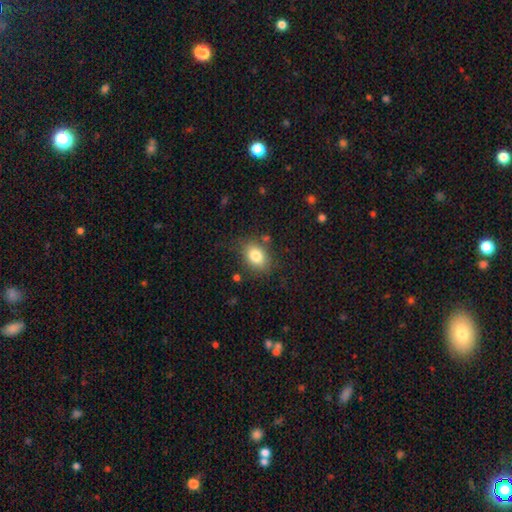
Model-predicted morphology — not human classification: Smooth or featured: smooth — 81% (featured or disk — 10%)
How rounded: in between — 74% (round — 25%)
Merging: none — 78% (minor disturbance — 14%)